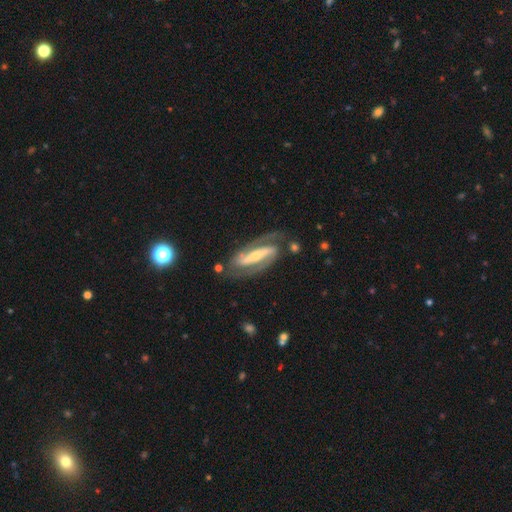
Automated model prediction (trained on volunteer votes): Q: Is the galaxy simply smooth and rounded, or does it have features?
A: featured or disk — 89%.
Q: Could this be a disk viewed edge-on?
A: no — 91%.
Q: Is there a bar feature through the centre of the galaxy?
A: strong — 74%.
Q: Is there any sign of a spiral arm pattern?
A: yes — 96%.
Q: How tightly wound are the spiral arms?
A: medium — 47%.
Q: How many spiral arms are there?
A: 2 — 92%.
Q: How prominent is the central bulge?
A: small — 56%.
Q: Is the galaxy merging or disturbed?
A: none — 78%.